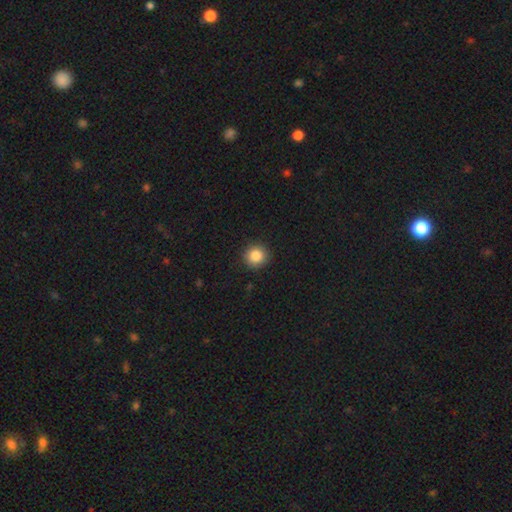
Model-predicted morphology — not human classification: Q: Smooth or featured?
A: smooth (85%); runner-up: star or artifact (10%)
Q: How rounded?
A: round (93%); runner-up: in between (7%)
Q: Merging?
A: none (91%); runner-up: minor disturbance (6%)